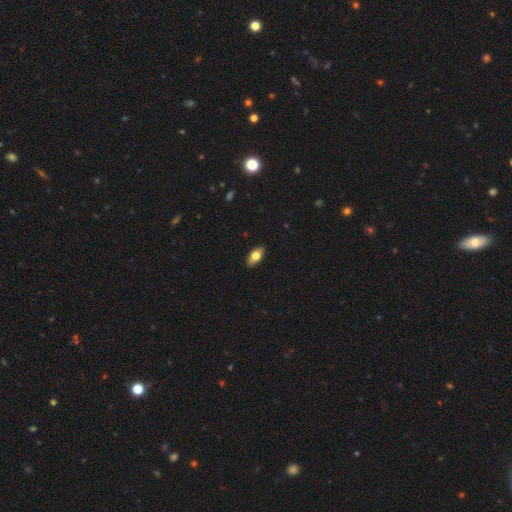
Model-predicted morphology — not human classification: Overall: smooth (76%). How rounded: in between (90%). Merging: none (89%).